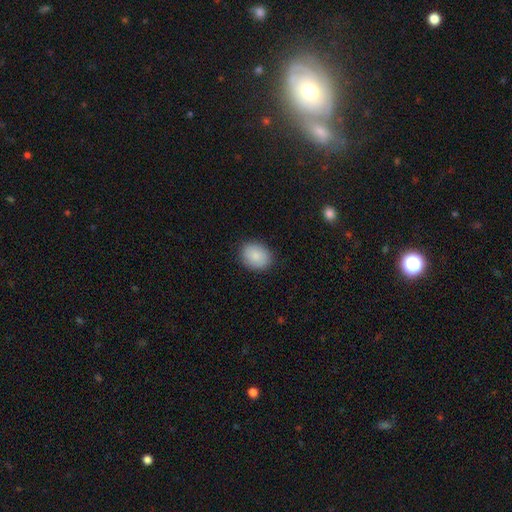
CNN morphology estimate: Q: Smooth or featured?
A: smooth (87%); runner-up: star or artifact (7%)
Q: How rounded?
A: in between (55%); runner-up: round (44%)
Q: Merging?
A: none (87%); runner-up: minor disturbance (9%)